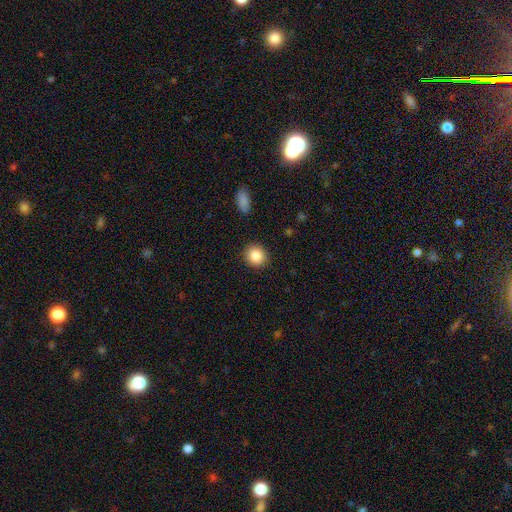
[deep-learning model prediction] Smooth or featured? smooth (87%)
How rounded? round (83%)
Merging? none (90%)